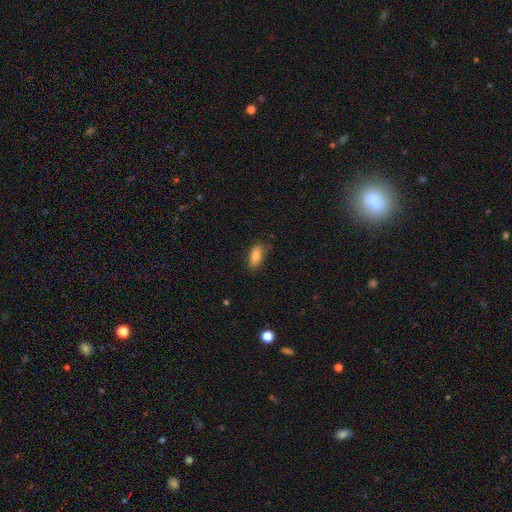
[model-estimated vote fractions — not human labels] This appears to be a smooth galaxy with no disk features (82%) that is in between round and cigar-shaped (85%). Merging: none (80%).